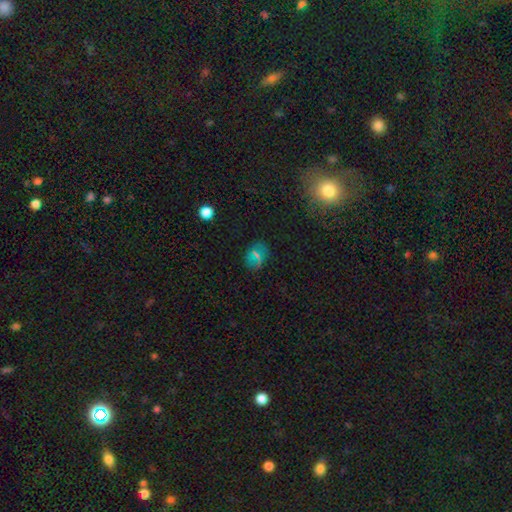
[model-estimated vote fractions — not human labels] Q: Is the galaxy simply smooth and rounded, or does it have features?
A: smooth — 49%.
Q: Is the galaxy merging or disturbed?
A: none — 83%.